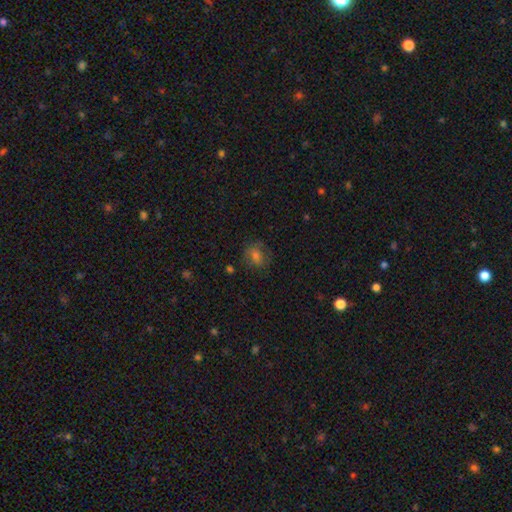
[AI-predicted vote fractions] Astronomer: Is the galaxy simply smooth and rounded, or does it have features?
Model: smooth — 56%.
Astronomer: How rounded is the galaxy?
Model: round — 67%.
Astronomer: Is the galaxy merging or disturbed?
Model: none — 74%.